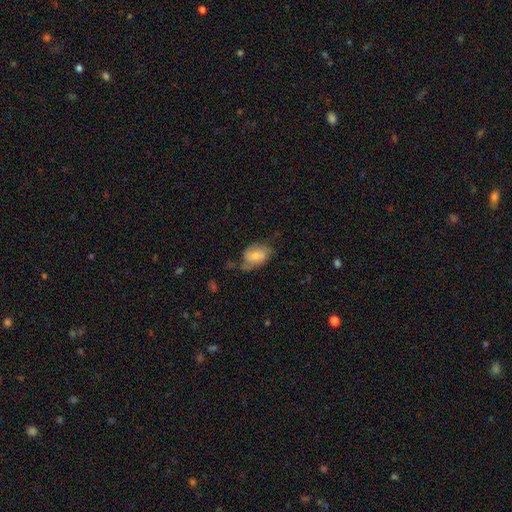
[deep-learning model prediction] A smooth galaxy with no disk features (58%) that is in between round and cigar-shaped (81%).

Vote fractions:
- Smooth or featured? smooth: 58% / featured or disk: 34% / star or artifact: 8%
- How rounded? in between: 81% / round: 18% / cigar-shaped: 1%
- Merging? none: 42% / minor disturbance: 34% / major disturbance: 20% / merger: 4%